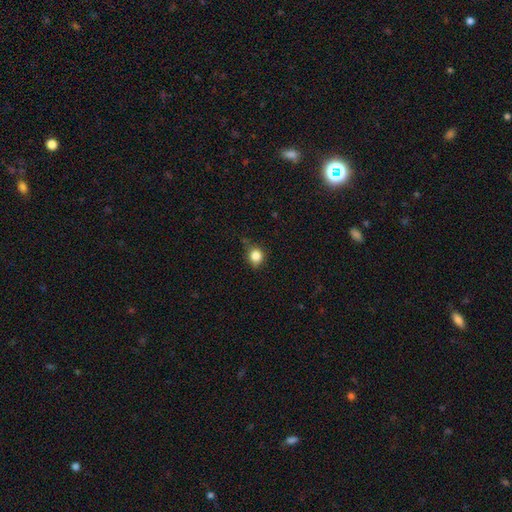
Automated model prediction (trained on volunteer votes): This appears to be a smooth galaxy with no disk features (83%) that is round (80%). Merging: none (66%).